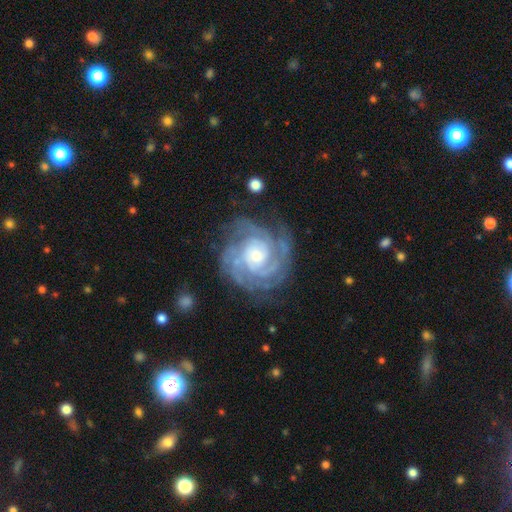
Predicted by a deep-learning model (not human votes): This appears to be a featured or disk galaxy (91%) with no bar (71%), 3 (29%) tight (74%) spiral arms (98%) and a small central bulge (56%). Merging: none (76%).